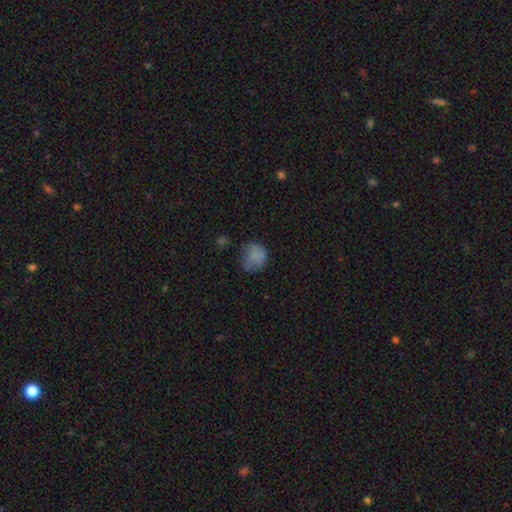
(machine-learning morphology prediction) The model was most divided on "merging": none: 48%, minor disturbance: 31%, major disturbance: 17%, merger: 3%. More confident: smooth or featured — smooth (75%); how rounded — round (67%).